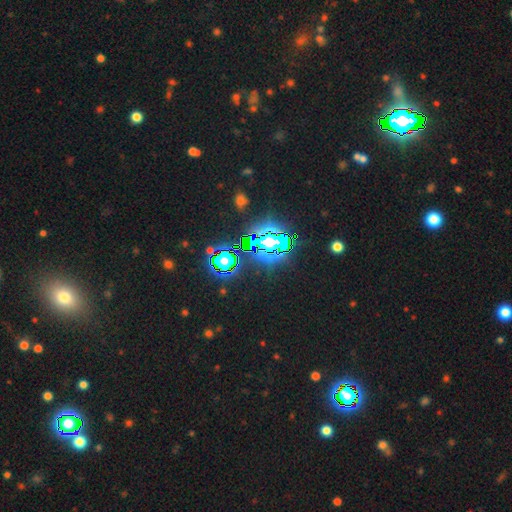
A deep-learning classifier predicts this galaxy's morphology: smooth_or_featured: star or artifact (p=0.83) [alt: smooth p=0.10]